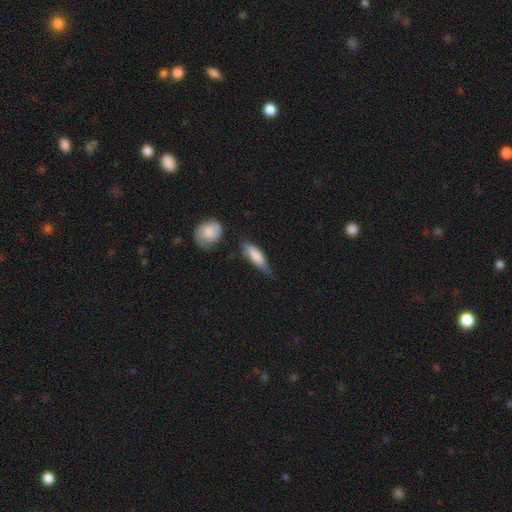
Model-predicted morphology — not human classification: Smooth or featured: smooth — 71% (featured or disk — 23%)
How rounded: cigar-shaped — 56% (in between — 41%)
Merging: none — 48% (minor disturbance — 36%)